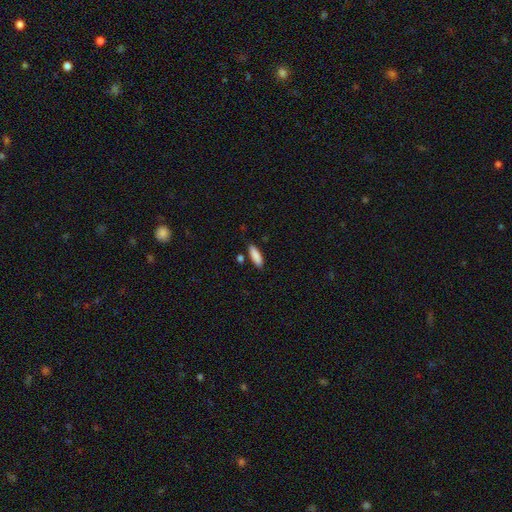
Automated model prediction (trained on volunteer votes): Smooth or featured: smooth — 88% (star or artifact — 6%)
How rounded: cigar-shaped — 51% (in between — 47%)
Merging: none — 84% (minor disturbance — 10%)